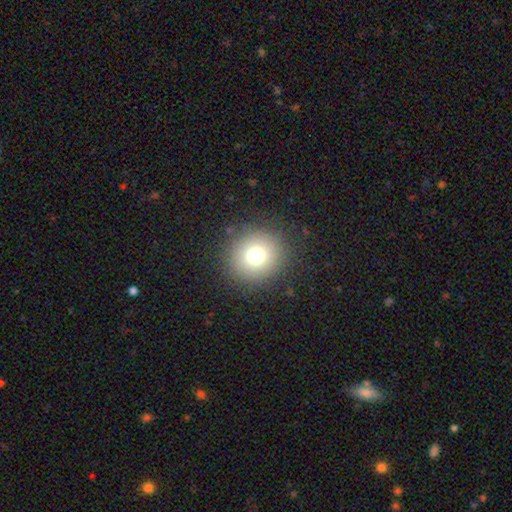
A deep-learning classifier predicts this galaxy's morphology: A smooth galaxy with no disk features (74%) that is round (91%). Merging: none (89%).